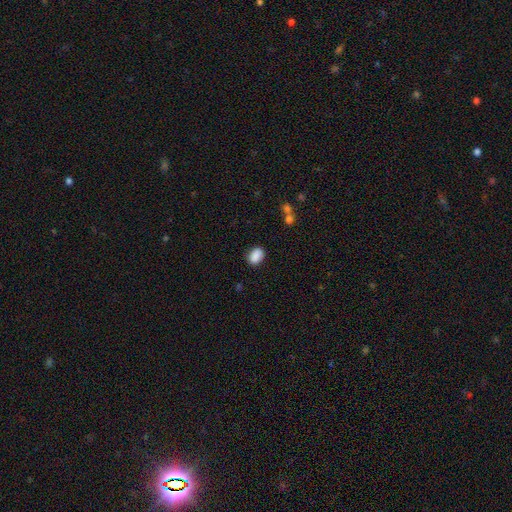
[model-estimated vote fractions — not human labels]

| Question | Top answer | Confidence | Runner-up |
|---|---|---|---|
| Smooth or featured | smooth | 88% | star or artifact (8%) |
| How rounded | in between | 78% | round (20%) |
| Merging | none | 84% | minor disturbance (12%) |